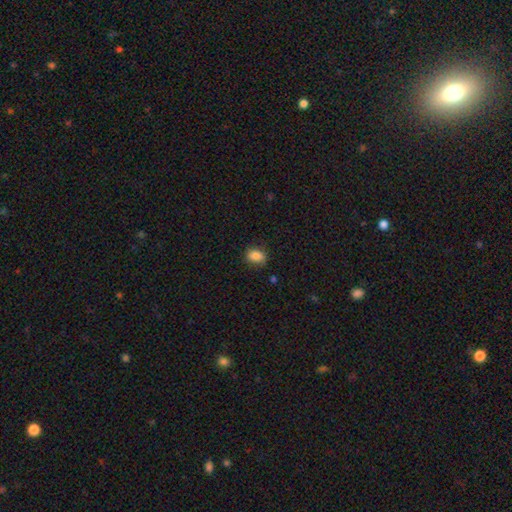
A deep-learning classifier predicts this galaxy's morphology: Overall: smooth (87%). How rounded: in between (76%). Merging: none (77%).